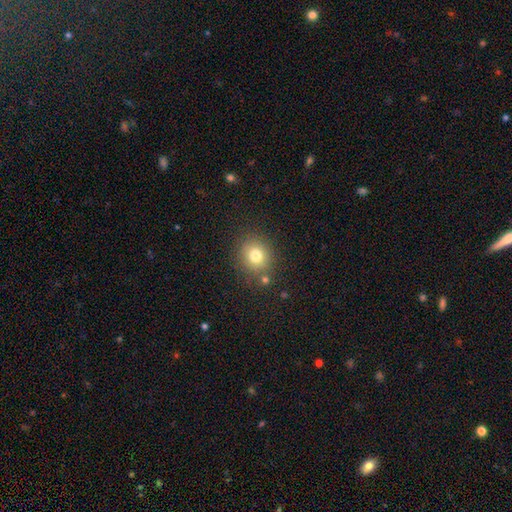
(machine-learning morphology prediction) Smooth or featured: smooth — 78% (star or artifact — 13%)
How rounded: round — 80% (in between — 20%)
Merging: none — 81% (minor disturbance — 10%)